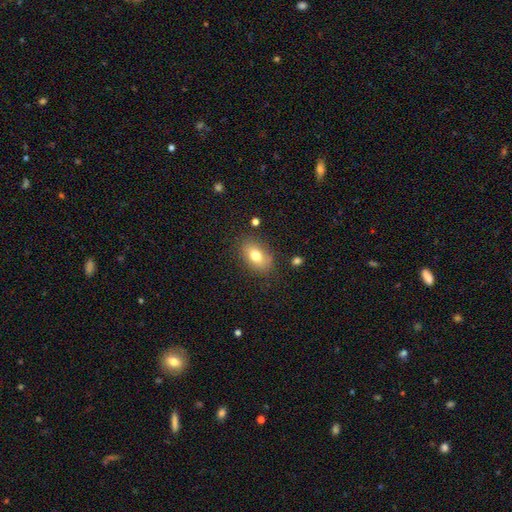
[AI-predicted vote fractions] This appears to be a smooth galaxy with no disk features (76%) that is in between round and cigar-shaped (85%). Merging: none (80%).